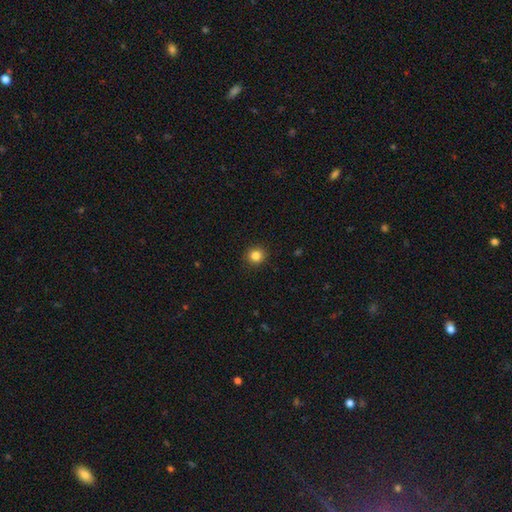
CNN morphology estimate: Q: Smooth or featured?
A: smooth (84%); runner-up: star or artifact (11%)
Q: How rounded?
A: round (88%); runner-up: in between (12%)
Q: Merging?
A: none (91%); runner-up: minor disturbance (6%)